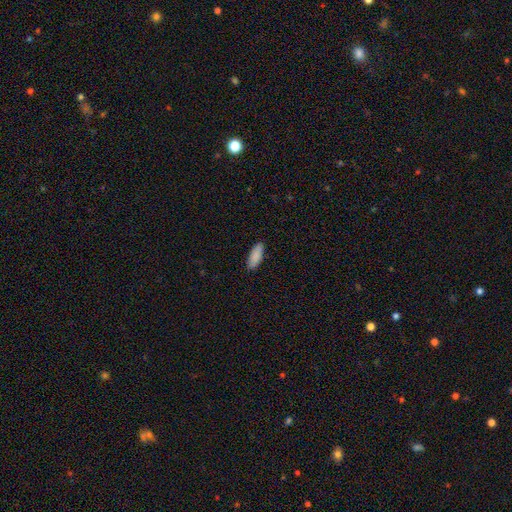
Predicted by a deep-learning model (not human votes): This is clearly a smooth galaxy (89%). How rounded: likely in between (68%). Merging: clearly none (88%).